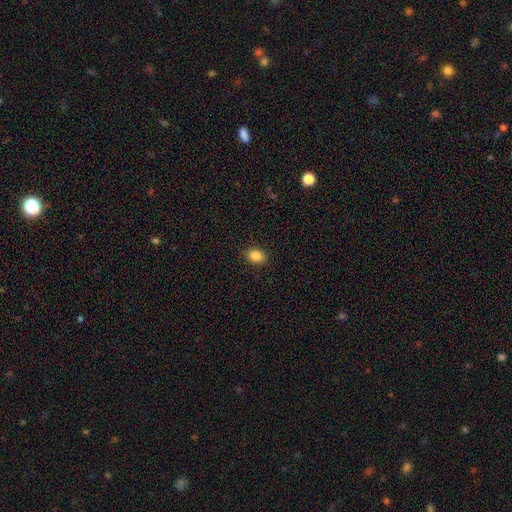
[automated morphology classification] Smooth or featured? Predicted: smooth (p=0.85). How rounded? Predicted: in between (p=0.60). Merging? Predicted: none (p=0.90).